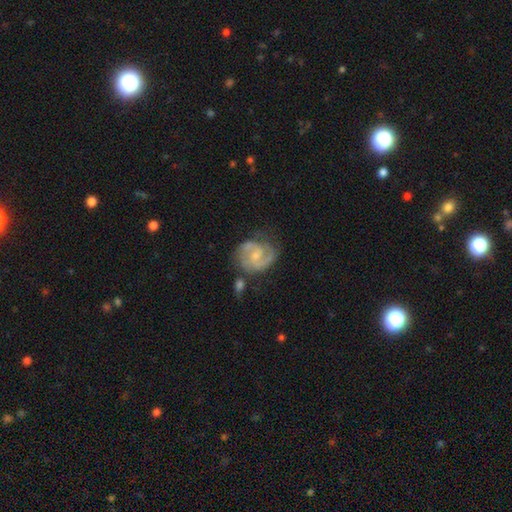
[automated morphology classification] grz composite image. It shows a featured or disk galaxy (85%) with a weak bar (48%), 2 (84%) medium (53%) spiral arms (97%) and a small central bulge (62%). Merging: none (63%).